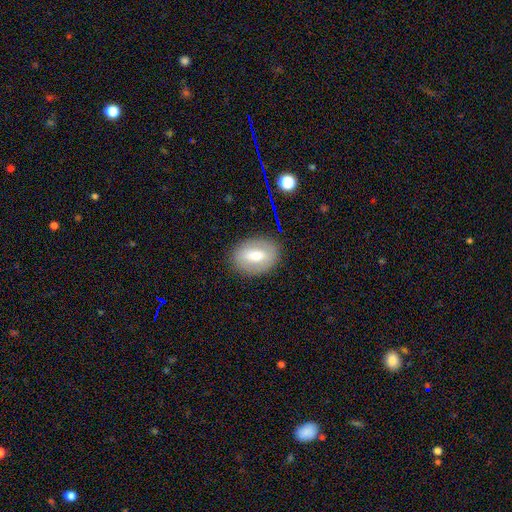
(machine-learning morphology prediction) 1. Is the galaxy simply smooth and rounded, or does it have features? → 56% smooth, 36% featured or disk, 9% star or artifact.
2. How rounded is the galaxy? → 77% in between, 21% round, 2% cigar-shaped.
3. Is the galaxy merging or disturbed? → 84% none, 11% minor disturbance, 4% major disturbance, 1% merger.